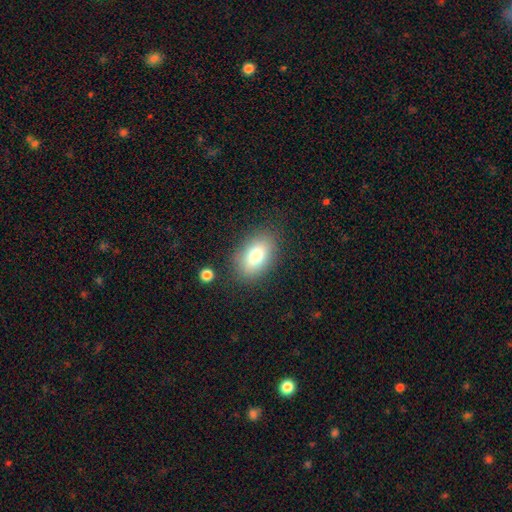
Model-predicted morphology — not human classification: type=smooth (76%); roundness=in between (86%); merging=none (83%).